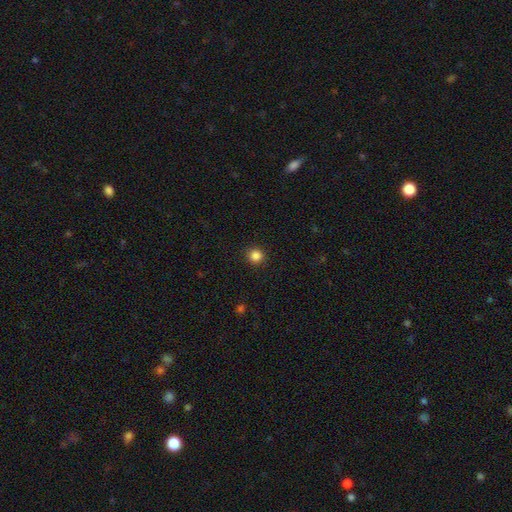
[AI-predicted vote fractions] Smooth or featured: smooth — 85% (star or artifact — 12%)
How rounded: round — 94% (in between — 5%)
Merging: none — 92% (minor disturbance — 5%)